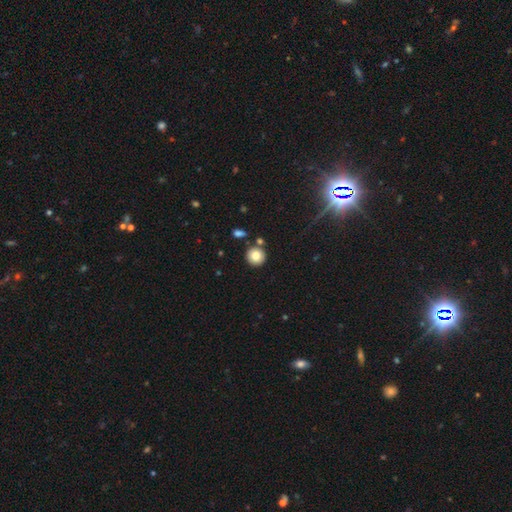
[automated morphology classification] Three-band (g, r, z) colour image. It shows a smooth galaxy with no disk features (81%) that is round (93%). Merging: none (83%).